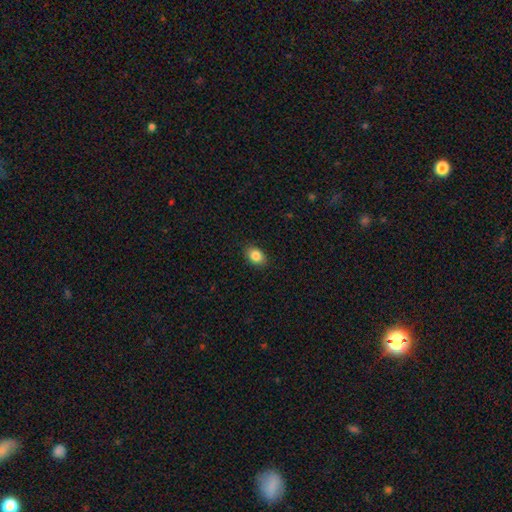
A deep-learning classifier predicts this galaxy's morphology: A smooth galaxy with no disk features (86%) that is in between round and cigar-shaped (74%).

Vote fractions:
- Smooth or featured? smooth: 86% / star or artifact: 9% / featured or disk: 5%
- How rounded? in between: 74% / round: 25% / cigar-shaped: 1%
- Merging? none: 88% / minor disturbance: 9% / major disturbance: 2% / merger: 1%